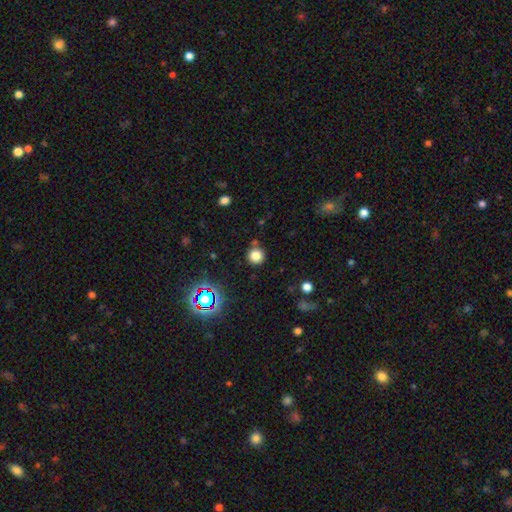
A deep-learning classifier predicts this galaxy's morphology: type=smooth (79%); roundness=round (93%); merging=none (81%).